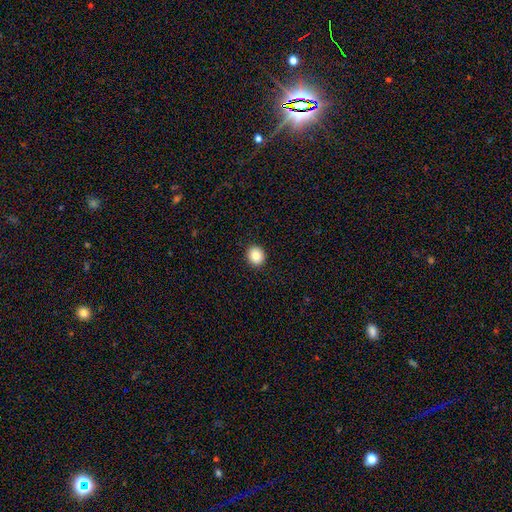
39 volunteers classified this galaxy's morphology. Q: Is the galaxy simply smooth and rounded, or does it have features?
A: smooth — 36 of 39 (92%).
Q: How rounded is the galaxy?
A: round — 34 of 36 (94%).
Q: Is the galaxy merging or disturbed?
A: none — 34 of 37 (92%).